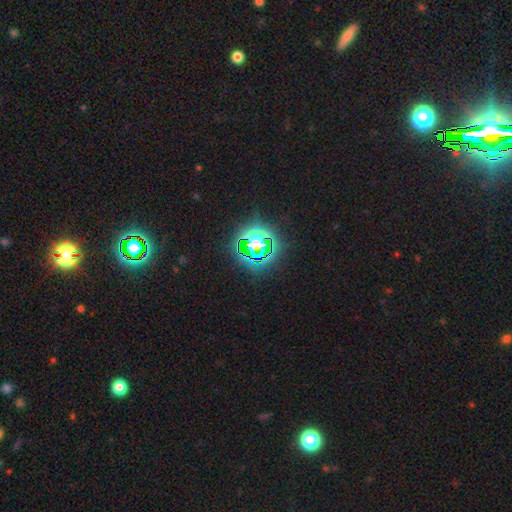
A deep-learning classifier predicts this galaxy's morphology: Overall: star or artifact (74%).